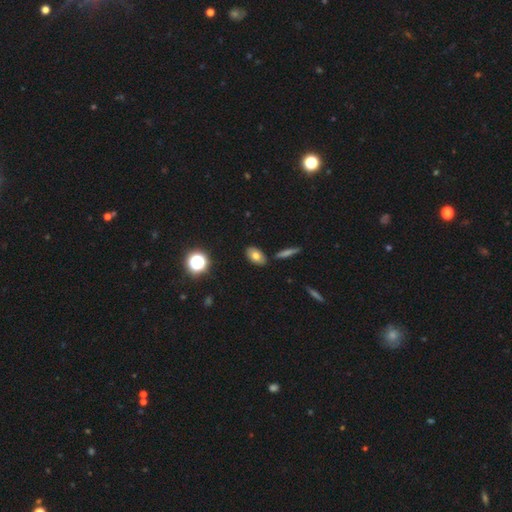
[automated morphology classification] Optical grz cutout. It shows a smooth galaxy with no disk features (73%) that is in between round and cigar-shaped (87%). Merging: none (83%).